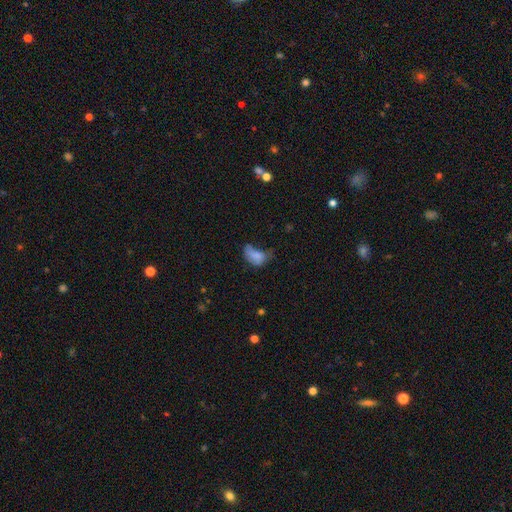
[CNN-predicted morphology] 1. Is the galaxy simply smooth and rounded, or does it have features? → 72% smooth, 16% featured or disk, 11% star or artifact.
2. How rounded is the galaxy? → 88% in between, 9% round, 2% cigar-shaped.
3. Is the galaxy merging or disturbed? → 39% major disturbance, 30% minor disturbance, 22% none, 8% merger.